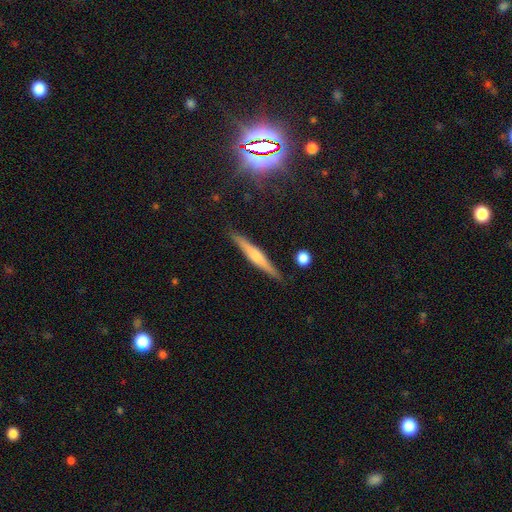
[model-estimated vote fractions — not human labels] Morphology: type=featured or disk (52%); edge-on=yes (97%); edge-on bulge=rounded (58%); merging=none (88%).